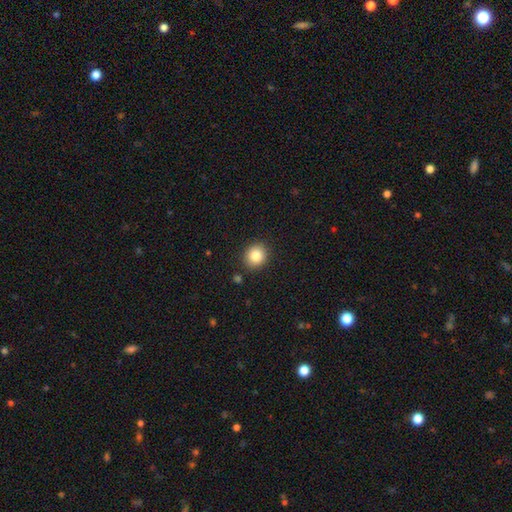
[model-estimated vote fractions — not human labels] Smooth or featured? Predicted: smooth (p=0.84). How rounded? Predicted: round (p=0.81). Merging? Predicted: none (p=0.89).